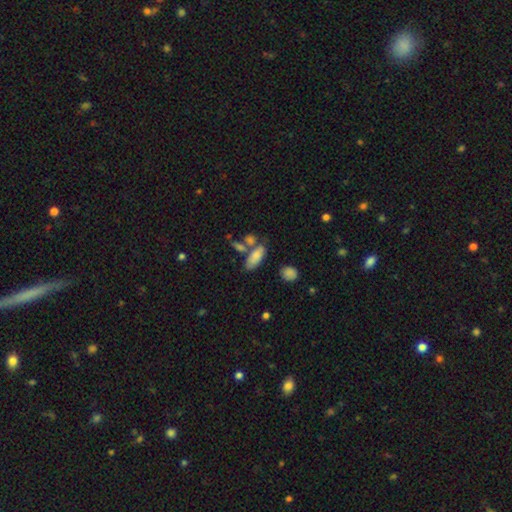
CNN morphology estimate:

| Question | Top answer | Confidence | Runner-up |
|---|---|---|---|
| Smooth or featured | smooth | 77% | featured or disk (14%) |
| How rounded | in between | 84% | cigar-shaped (12%) |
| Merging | none | 44% | merger (32%) |